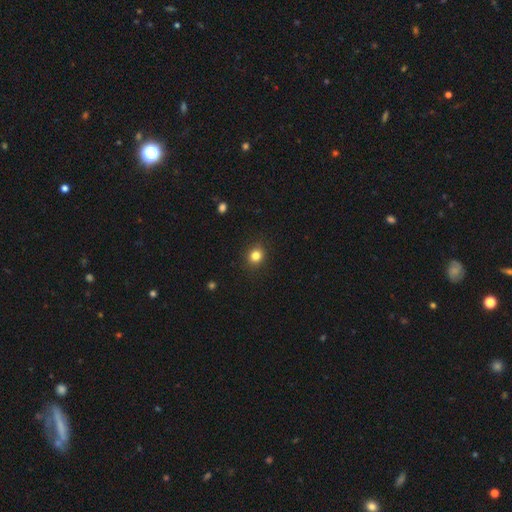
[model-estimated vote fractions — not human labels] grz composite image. It shows a smooth galaxy with no disk features (83%) that is round (77%). Merging: none (90%).